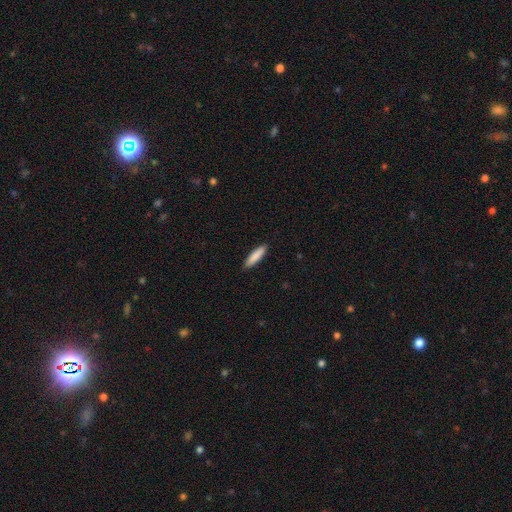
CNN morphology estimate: smooth_or_featured: smooth (p=0.87) [alt: featured or disk p=0.07]
how_rounded: cigar-shaped (p=0.74) [alt: in between p=0.25]
merging: none (p=0.90) [alt: minor disturbance p=0.08]